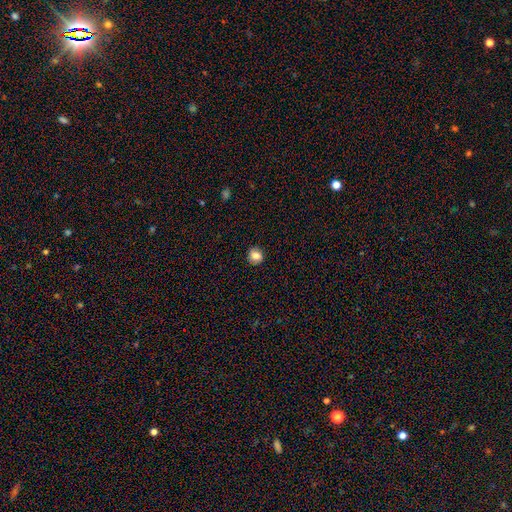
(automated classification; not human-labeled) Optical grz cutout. It shows a smooth galaxy with no disk features (77%) that is round (77%). Merging: none (85%).